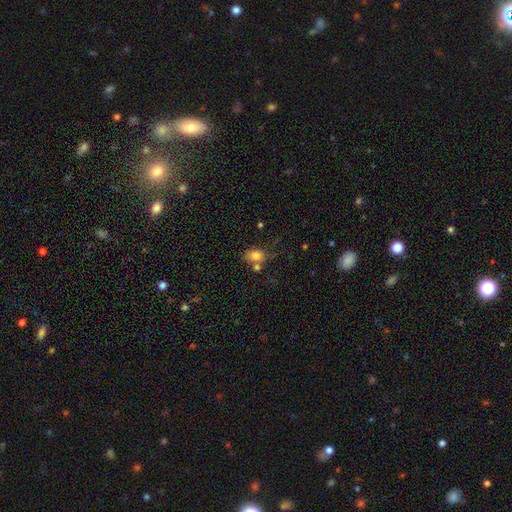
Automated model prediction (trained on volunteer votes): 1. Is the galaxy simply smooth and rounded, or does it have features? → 80% smooth, 10% featured or disk, 10% star or artifact.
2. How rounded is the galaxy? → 73% in between, 25% round, 2% cigar-shaped.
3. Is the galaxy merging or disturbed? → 50% none, 23% merger, 19% minor disturbance, 7% major disturbance.